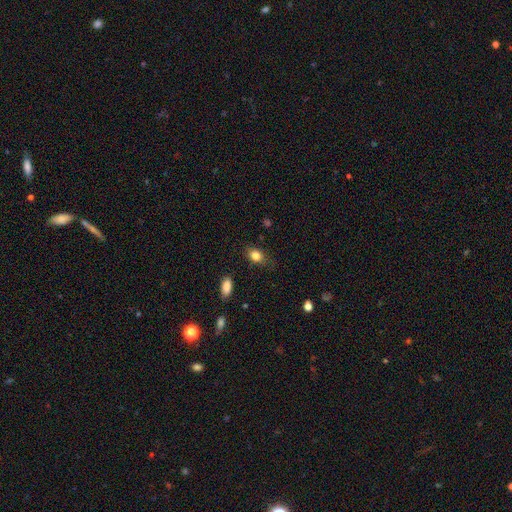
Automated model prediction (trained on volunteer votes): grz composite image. It shows a smooth galaxy with no disk features (84%) that is in between round and cigar-shaped (73%). Merging: none (74%).